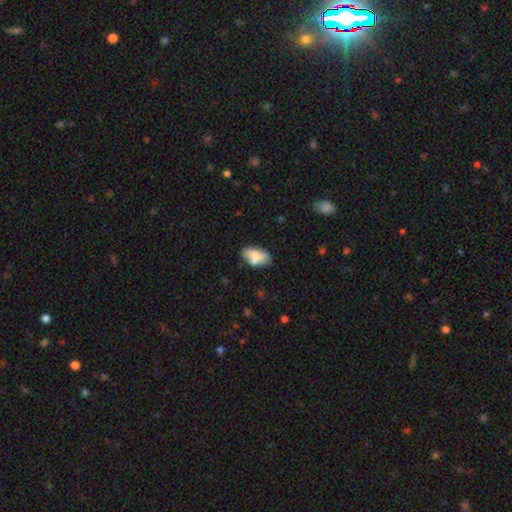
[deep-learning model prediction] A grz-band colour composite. It shows a smooth galaxy with no disk features (73%) that is in between round and cigar-shaped (92%). Merging: none (58%).